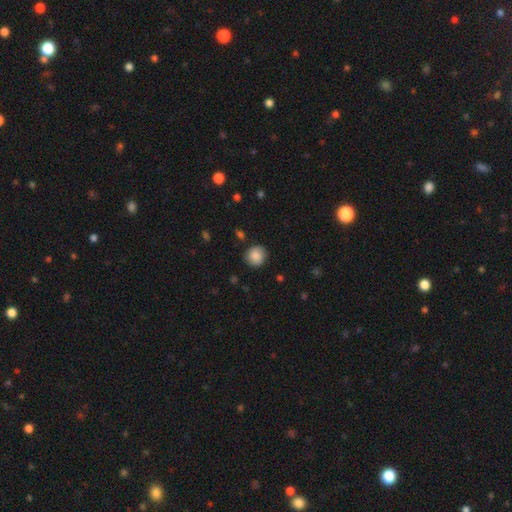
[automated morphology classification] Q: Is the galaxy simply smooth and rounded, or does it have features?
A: smooth — 86%.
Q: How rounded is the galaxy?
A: round — 90%.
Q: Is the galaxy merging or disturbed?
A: none — 87%.